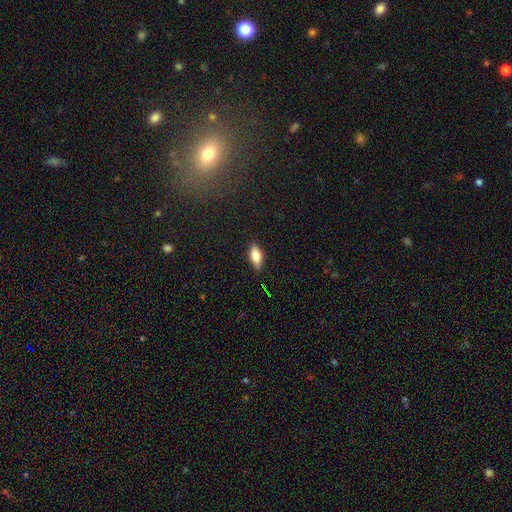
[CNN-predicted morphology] Smooth or featured? smooth (75%)
How rounded? in between (78%)
Merging? none (80%)